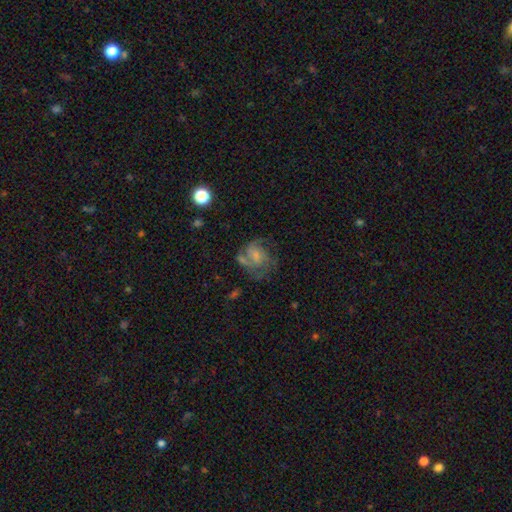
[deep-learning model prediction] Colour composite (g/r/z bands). It shows a featured or disk galaxy (73%) with no bar (59%), 3 (32%) medium (46%) spiral arms (89%) and a small central bulge (57%). Merging: none (46%).